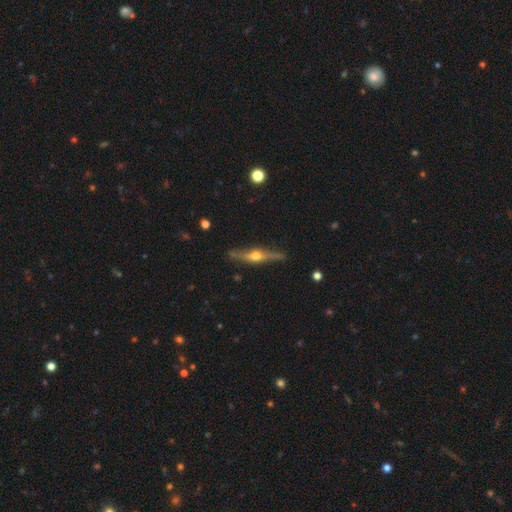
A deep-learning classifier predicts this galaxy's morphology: smooth_or_featured: featured or disk (p=0.80) [alt: smooth p=0.14]
disk_edge_on: yes (p=0.97) [alt: no p=0.03]
edge_on_bulge: rounded (p=0.95) [alt: boxy p=0.03]
merging: none (p=0.86) [alt: minor disturbance p=0.10]